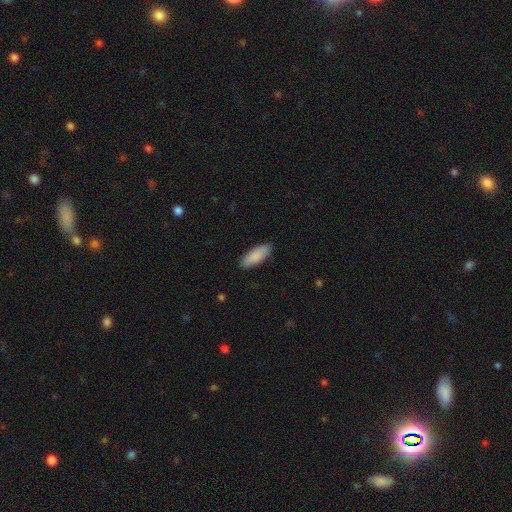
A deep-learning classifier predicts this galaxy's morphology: Smooth or featured? Predicted: smooth (p=0.88). How rounded? Predicted: in between (p=0.73). Merging? Predicted: none (p=0.88).